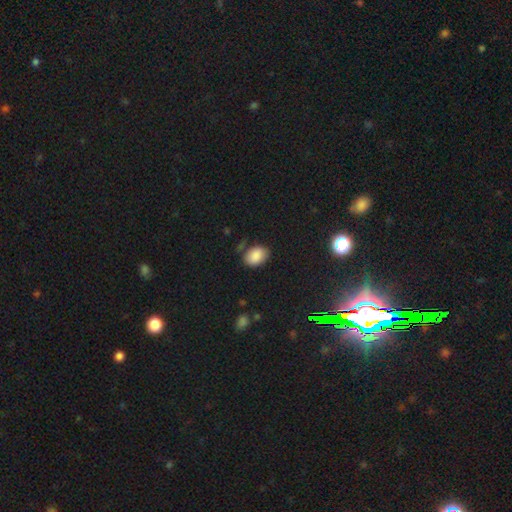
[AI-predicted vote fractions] smooth 86%, star or artifact 9%, featured or disk 5%. Down the decision tree: how rounded — in between (79%); merging — none (73%).